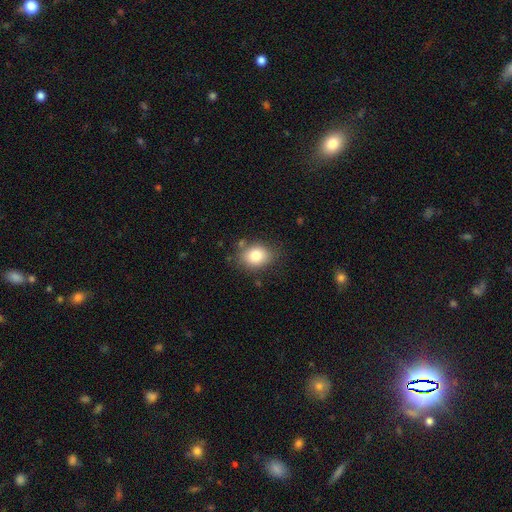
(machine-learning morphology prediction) Smooth or featured? Predicted: smooth (p=0.80). How rounded? Predicted: in between (p=0.53). Merging? Predicted: none (p=0.77).